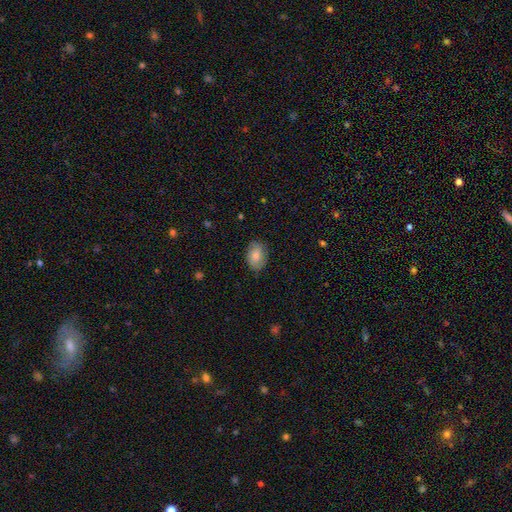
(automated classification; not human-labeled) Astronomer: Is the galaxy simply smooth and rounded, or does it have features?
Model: smooth — 79%.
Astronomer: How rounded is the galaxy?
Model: in between — 83%.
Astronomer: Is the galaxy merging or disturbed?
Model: none — 80%.